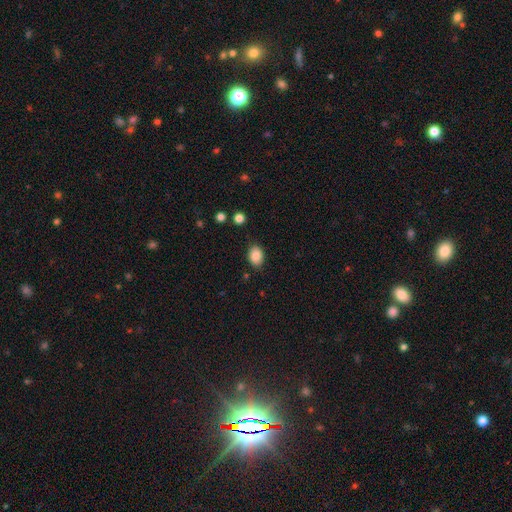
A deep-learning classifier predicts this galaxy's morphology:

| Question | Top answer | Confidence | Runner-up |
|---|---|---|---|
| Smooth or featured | smooth | 87% | star or artifact (8%) |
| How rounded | in between | 74% | round (25%) |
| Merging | none | 85% | minor disturbance (11%) |